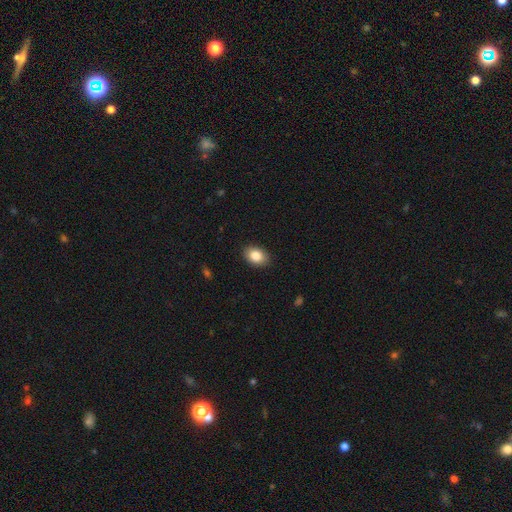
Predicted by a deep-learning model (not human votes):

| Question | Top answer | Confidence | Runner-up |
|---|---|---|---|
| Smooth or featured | smooth | 85% | star or artifact (8%) |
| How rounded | in between | 80% | round (19%) |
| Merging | none | 89% | minor disturbance (8%) |